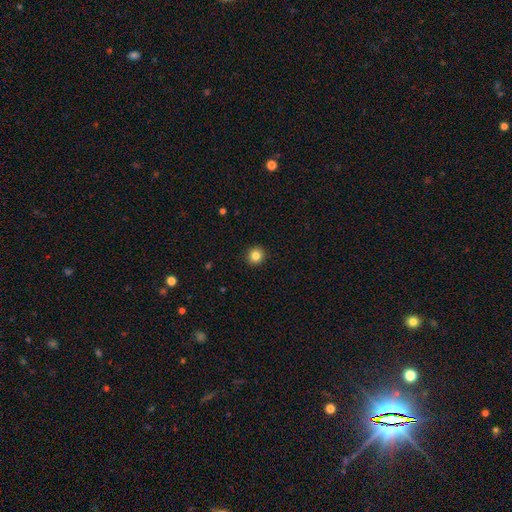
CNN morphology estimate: type=smooth (84%); roundness=round (93%); merging=none (93%).